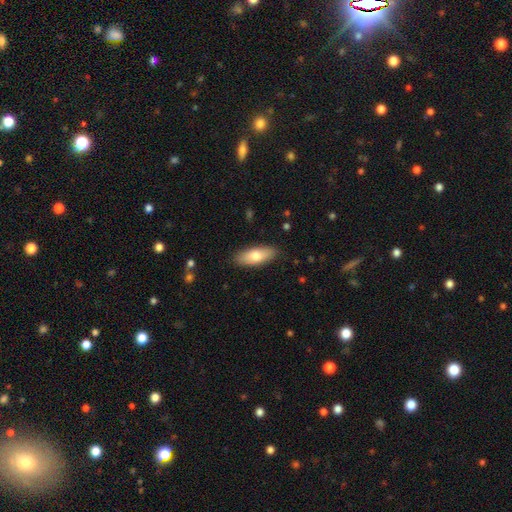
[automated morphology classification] A smooth galaxy with no disk features (75%) that is in between round and cigar-shaped (75%). Merging: none (87%).